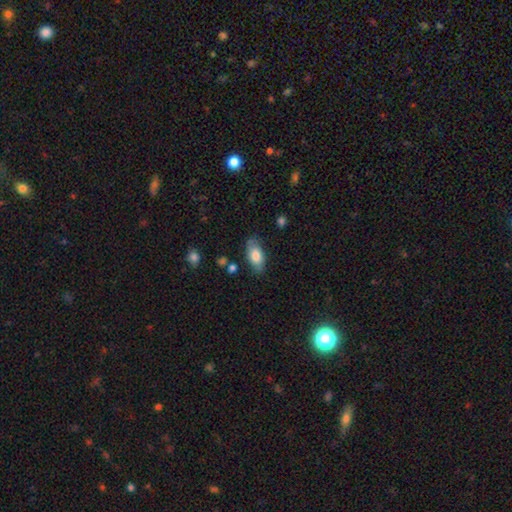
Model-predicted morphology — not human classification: The model was most divided on "smooth or featured": smooth: 73%, featured or disk: 20%, star or artifact: 7%. More confident: how rounded — in between (92%); merging — none (76%).